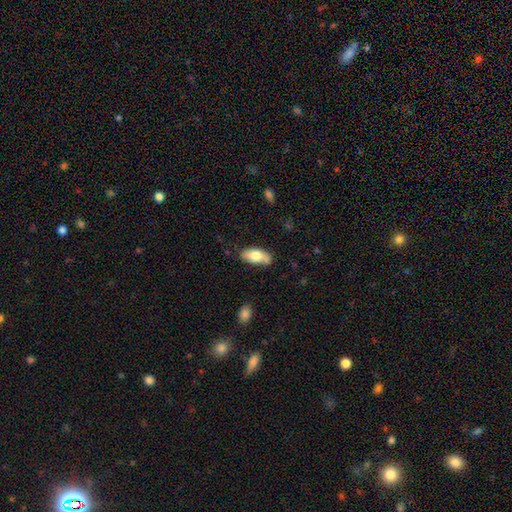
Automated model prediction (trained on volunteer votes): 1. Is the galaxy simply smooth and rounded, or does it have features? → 72% smooth, 22% featured or disk, 6% star or artifact.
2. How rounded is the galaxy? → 89% in between, 8% cigar-shaped, 3% round.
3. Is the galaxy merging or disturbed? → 66% none, 23% minor disturbance, 6% merger, 5% major disturbance.